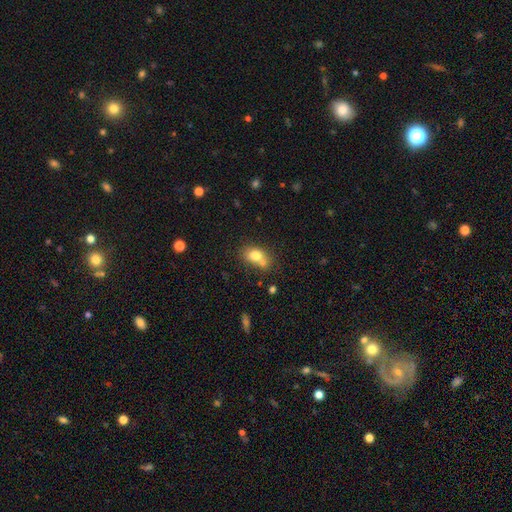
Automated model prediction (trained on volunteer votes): A smooth galaxy with no disk features (75%) that is in between round and cigar-shaped (67%). Merging: none (41%).